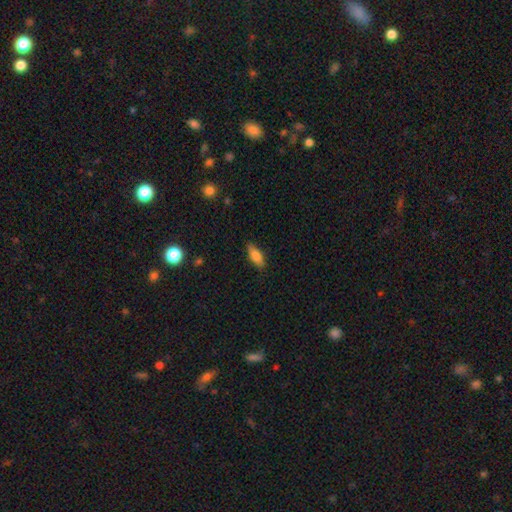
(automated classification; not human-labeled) Smooth or featured: smooth — 82% (featured or disk — 11%)
How rounded: in between — 73% (cigar-shaped — 24%)
Merging: none — 84% (minor disturbance — 13%)